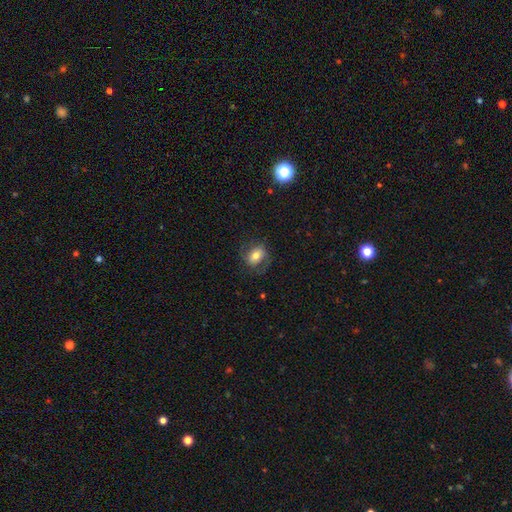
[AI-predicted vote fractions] A smooth galaxy with no disk features (57%) that is in between round and cigar-shaped (63%).

Vote fractions:
- Smooth or featured? smooth: 57% / featured or disk: 33% / star or artifact: 9%
- How rounded? in between: 63% / round: 35% / cigar-shaped: 2%
- Merging? none: 68% / minor disturbance: 19% / major disturbance: 12% / merger: 1%